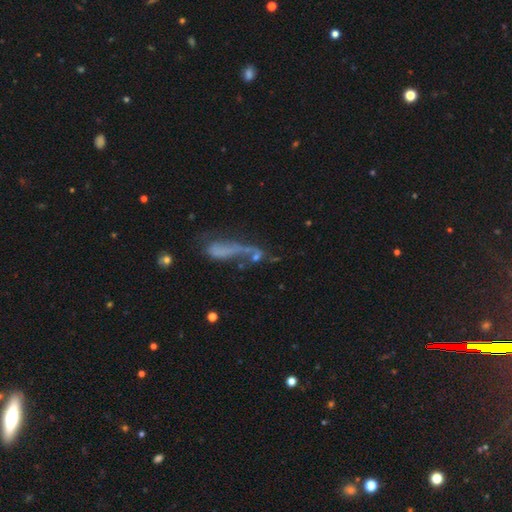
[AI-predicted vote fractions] Smooth or featured?
  - smooth: 40% * (tied)
  - featured or disk: 40% * (tied)
  - star or artifact: 20%
Merging?
  - major disturbance: 37% *
  - merger: 28%
  - none: 22%
  - minor disturbance: 13%